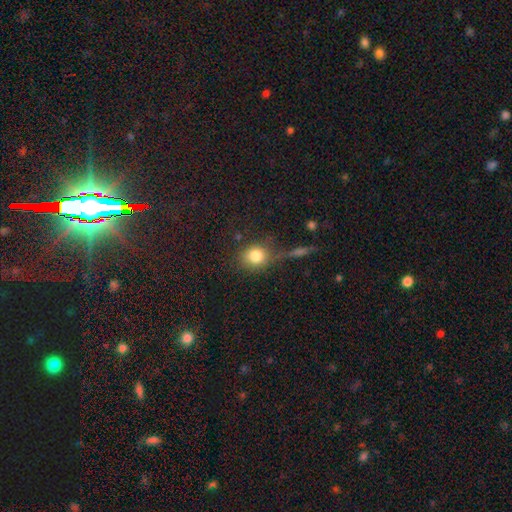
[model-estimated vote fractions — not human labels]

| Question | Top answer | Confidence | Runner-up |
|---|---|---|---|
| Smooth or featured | smooth | 81% | star or artifact (11%) |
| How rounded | round | 75% | in between (24%) |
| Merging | none | 64% | minor disturbance (16%) |